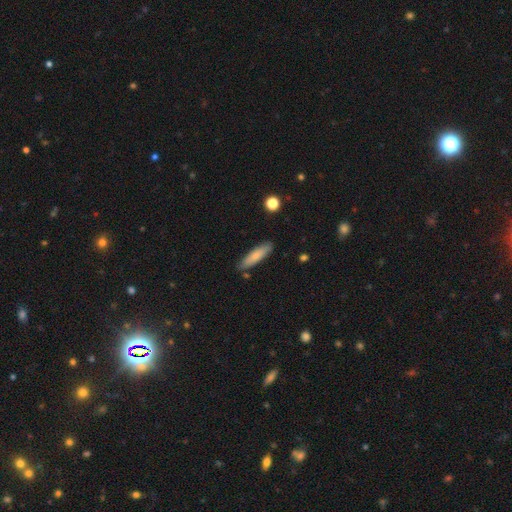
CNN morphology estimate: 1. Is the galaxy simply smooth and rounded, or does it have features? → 76% smooth, 18% featured or disk, 6% star or artifact.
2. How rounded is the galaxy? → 69% cigar-shaped, 29% in between, 2% round.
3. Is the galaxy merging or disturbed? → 82% none, 13% minor disturbance, 3% merger, 2% major disturbance.